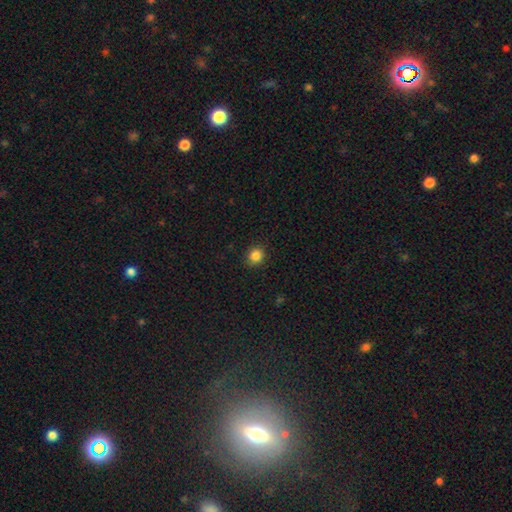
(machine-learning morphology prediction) A smooth galaxy with no disk features (85%) that is round (84%). Merging: none (90%).